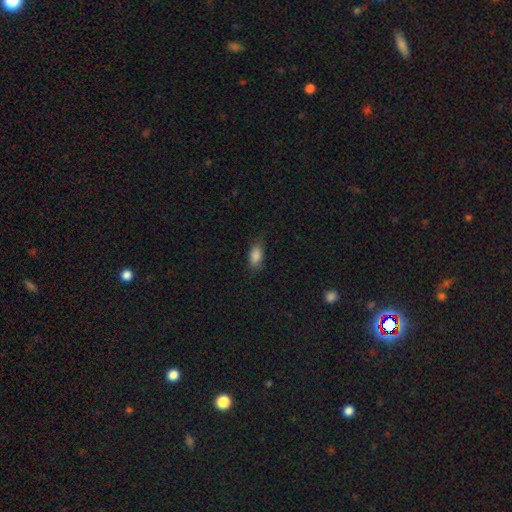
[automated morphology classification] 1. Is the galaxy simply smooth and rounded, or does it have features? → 87% smooth, 8% star or artifact, 5% featured or disk.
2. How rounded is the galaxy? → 90% in between, 5% round, 5% cigar-shaped.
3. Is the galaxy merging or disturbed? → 78% none, 17% minor disturbance, 4% major disturbance, 1% merger.